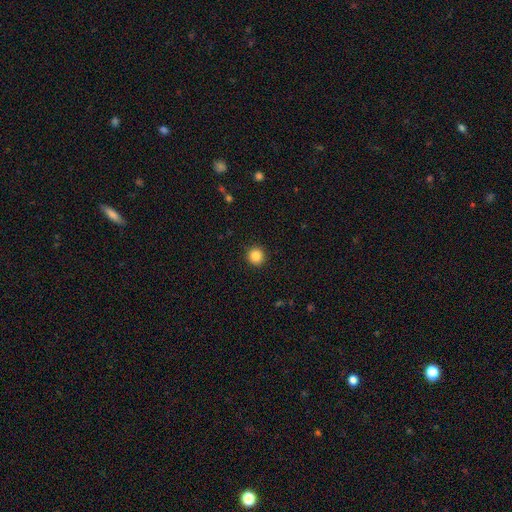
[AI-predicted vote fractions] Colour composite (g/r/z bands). It shows a smooth galaxy with no disk features (86%) that is round (94%). Merging: none (92%).